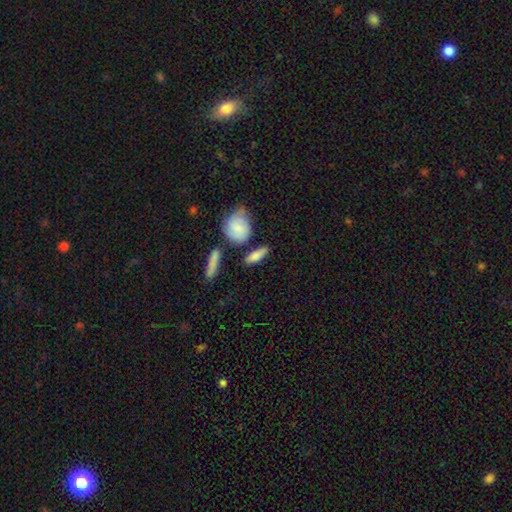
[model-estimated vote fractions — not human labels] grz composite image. It shows a smooth galaxy with no disk features (76%) that is in between round and cigar-shaped (56%). Merging: none (69%).